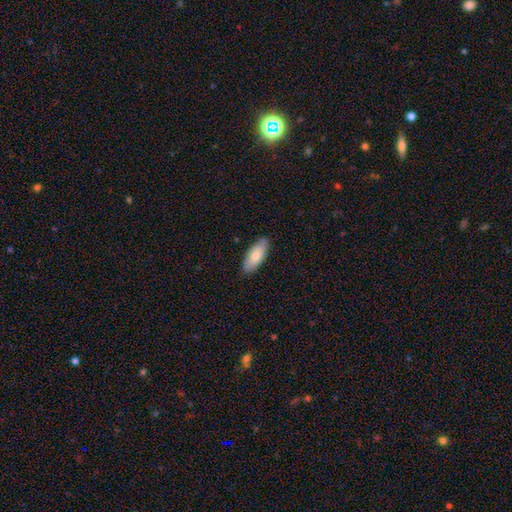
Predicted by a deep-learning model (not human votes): Q: Smooth or featured?
A: smooth (71%); runner-up: featured or disk (24%)
Q: How rounded?
A: in between (85%); runner-up: cigar-shaped (13%)
Q: Merging?
A: none (81%); runner-up: minor disturbance (15%)